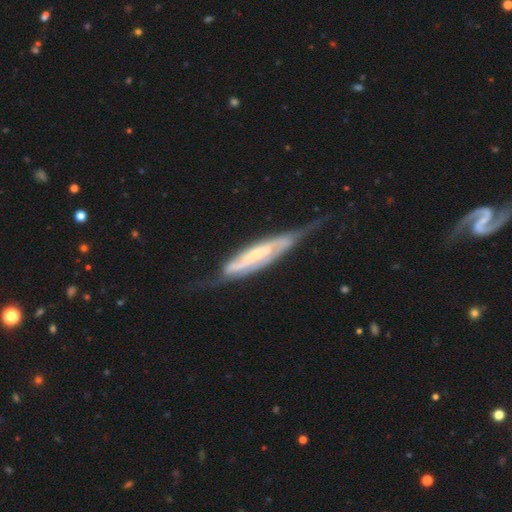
Morphology: type=featured or disk (82%); edge-on=yes (52%); edge-on bulge=none (56%); merging=none (54%).